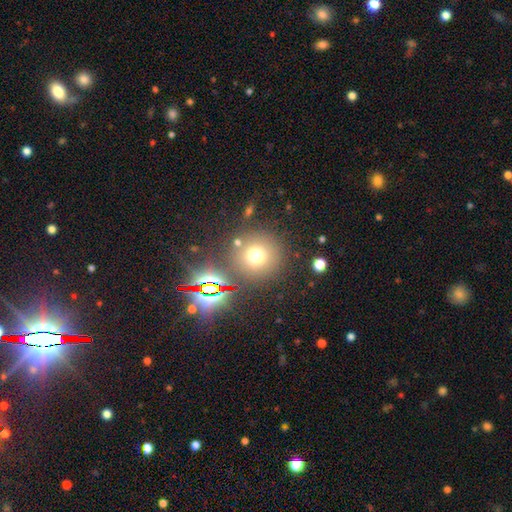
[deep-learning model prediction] This appears to be a smooth galaxy with no disk features (66%) that is round (94%). Merging: none (80%).